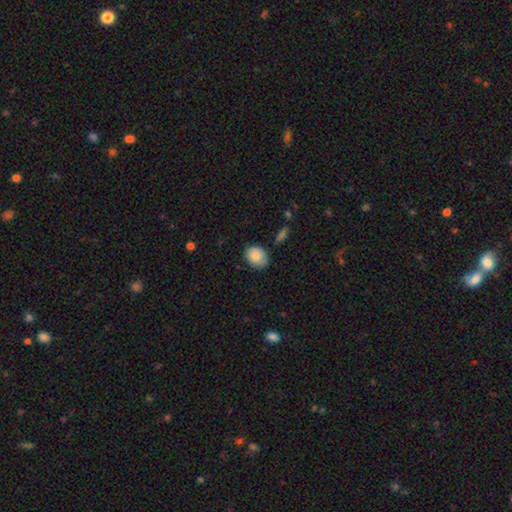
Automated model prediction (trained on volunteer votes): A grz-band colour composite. It shows a smooth galaxy with no disk features (85%) that is in between round and cigar-shaped (57%). Merging: none (78%).